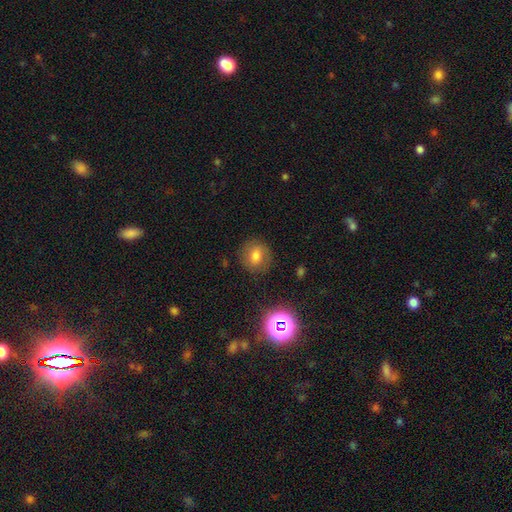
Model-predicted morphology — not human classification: Smooth or featured? Predicted: smooth (p=0.62). How rounded? Predicted: round (p=0.78). Merging? Predicted: none (p=0.82).